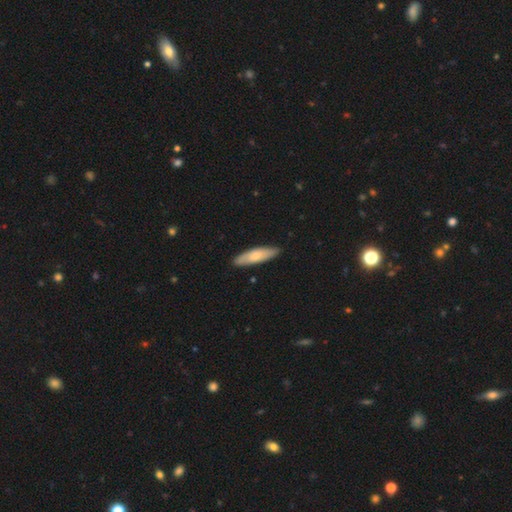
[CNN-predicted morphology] smooth_or_featured: smooth (p=0.69) [alt: featured or disk p=0.26]
how_rounded: cigar-shaped (p=0.61) [alt: in between p=0.38]
merging: none (p=0.86) [alt: minor disturbance p=0.11]